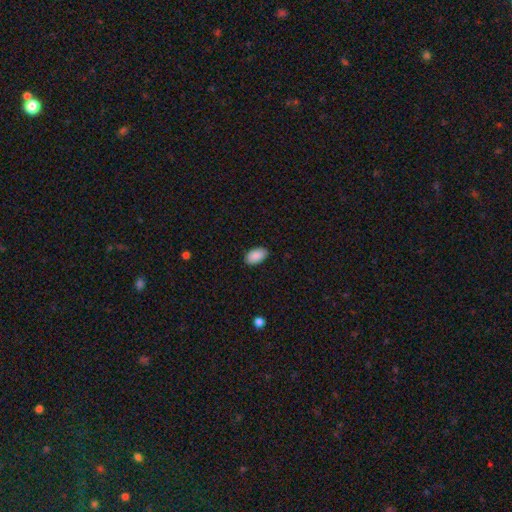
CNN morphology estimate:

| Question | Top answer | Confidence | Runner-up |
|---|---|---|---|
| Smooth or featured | smooth | 90% | star or artifact (7%) |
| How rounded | in between | 95% | round (4%) |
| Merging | none | 87% | minor disturbance (10%) |